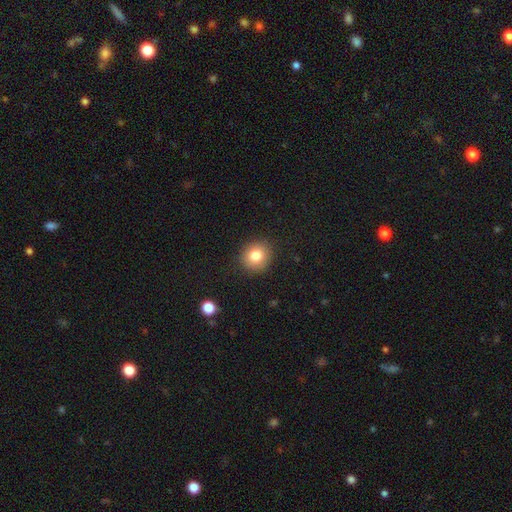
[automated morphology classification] This appears to be a smooth galaxy with no disk features (81%) that is round (85%). Merging: none (90%).